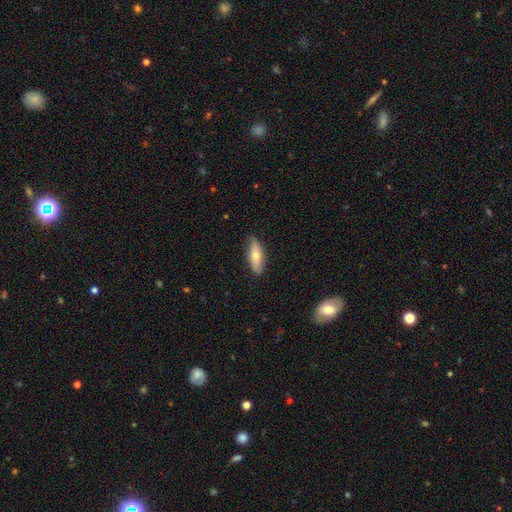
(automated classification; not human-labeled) Smooth or featured?
  - smooth: 64% *
  - featured or disk: 30%
  - star or artifact: 6%
How rounded?
  - in between: 57% *
  - cigar-shaped: 40%
  - round: 3%
Merging?
  - none: 84% *
  - minor disturbance: 13%
  - major disturbance: 2%
  - merger: 1%